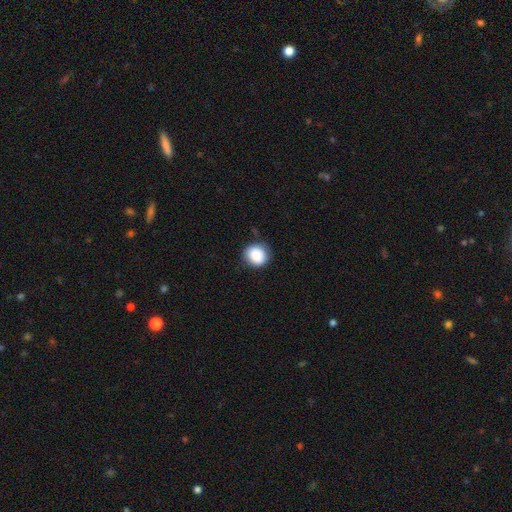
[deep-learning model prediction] Smooth or featured? smooth (87%)
How rounded? round (85%)
Merging? none (79%)